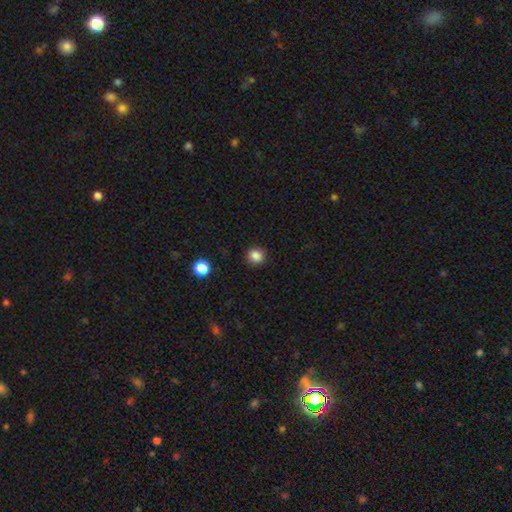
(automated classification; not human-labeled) A smooth galaxy with no disk features (85%) that is round (88%).

Vote fractions:
- Smooth or featured? smooth: 85% / star or artifact: 12% / featured or disk: 3%
- How rounded? round: 88% / in between: 11% / cigar-shaped: 1%
- Merging? none: 90% / minor disturbance: 6% / major disturbance: 2% / merger: 1%